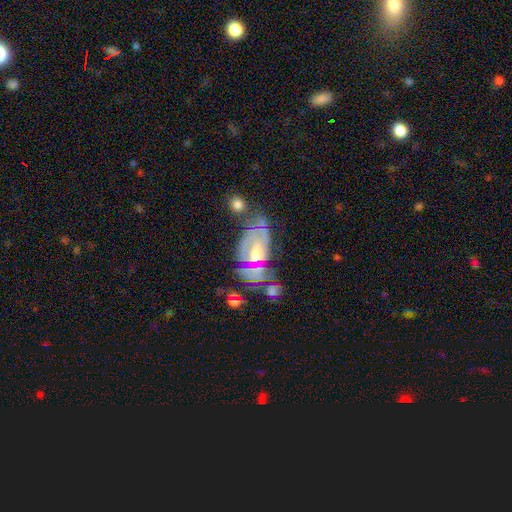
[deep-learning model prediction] A featured or disk galaxy (72%) with no bar (52%), spiral arms (72%) and a moderate central bulge (57%).

Vote fractions:
- Smooth or featured? featured or disk: 72% / smooth: 15% / star or artifact: 13%
- Edge-on disk? no: 93% / yes: 7%
- Bar? no: 52% / weak: 34% / strong: 14%
- Spiral arms? yes: 72% / no: 28%
- Bulge size? moderate: 57% / small: 23% / large: 11% / none: 7% / dominant: 2%
- Merging? none: 39% / merger: 22% / minor disturbance: 20% / major disturbance: 20%